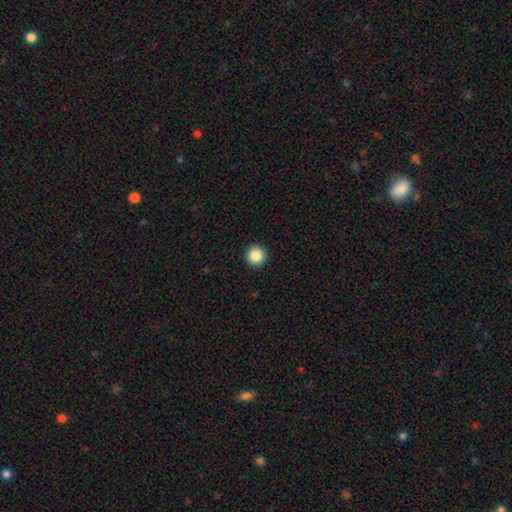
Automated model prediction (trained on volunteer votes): Smooth or featured?
  - smooth: 87% *
  - star or artifact: 9%
  - featured or disk: 4%
How rounded?
  - round: 96% *
  - in between: 3%
  - cigar-shaped: 1%
Merging?
  - none: 94% *
  - minor disturbance: 4%
  - major disturbance: 1%
  - merger: 1%